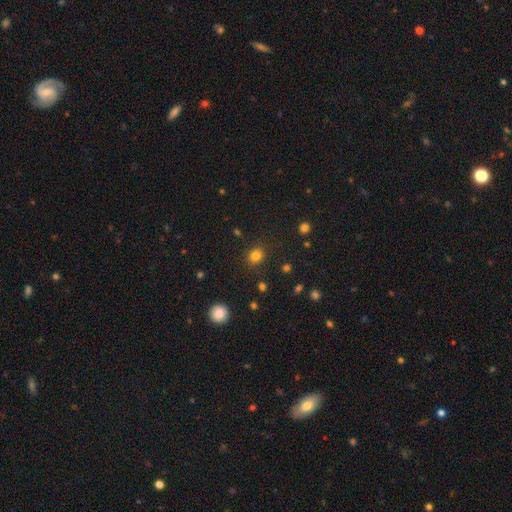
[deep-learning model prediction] Morphology: type=smooth (80%); roundness=round (66%); merging=none (87%).